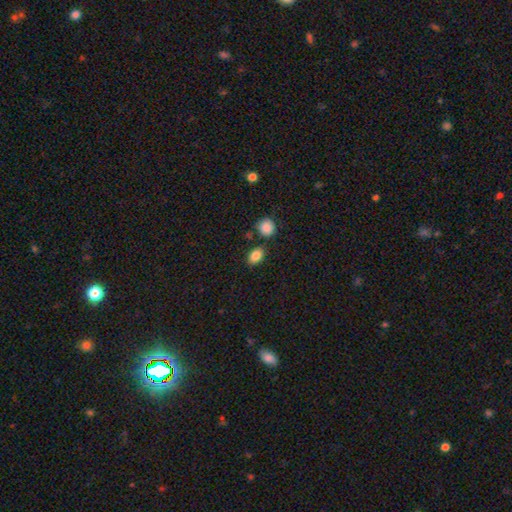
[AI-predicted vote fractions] The model was most divided on "how rounded": in between: 79%, round: 19%, cigar-shaped: 2%. More confident: smooth or featured — smooth (86%); merging — none (79%).